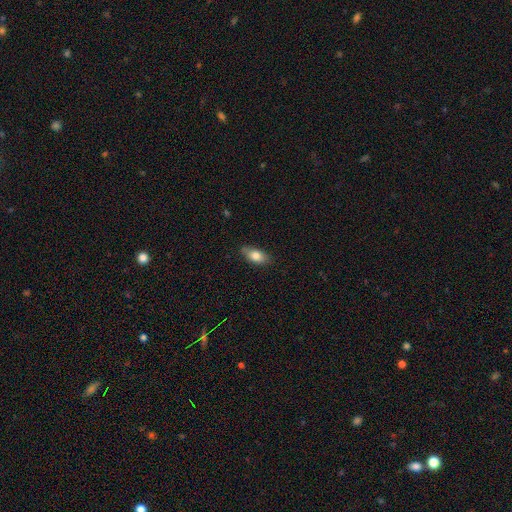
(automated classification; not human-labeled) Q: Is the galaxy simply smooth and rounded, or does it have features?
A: smooth — 78%.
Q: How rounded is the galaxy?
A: in between — 87%.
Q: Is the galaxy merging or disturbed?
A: none — 79%.